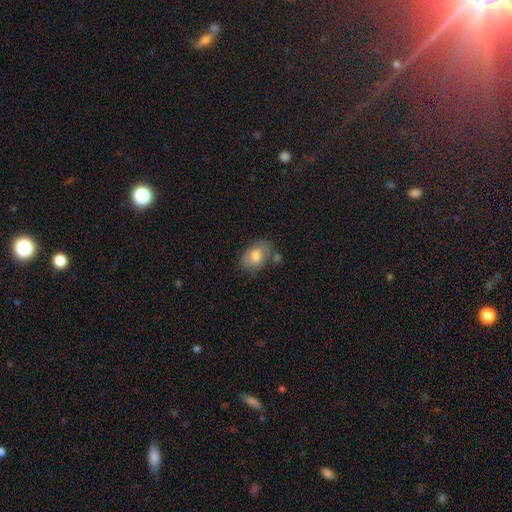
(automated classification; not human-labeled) smooth 76%, featured or disk 16%, star or artifact 8%. Down the decision tree: how rounded — in between (80%); merging — none (62%).